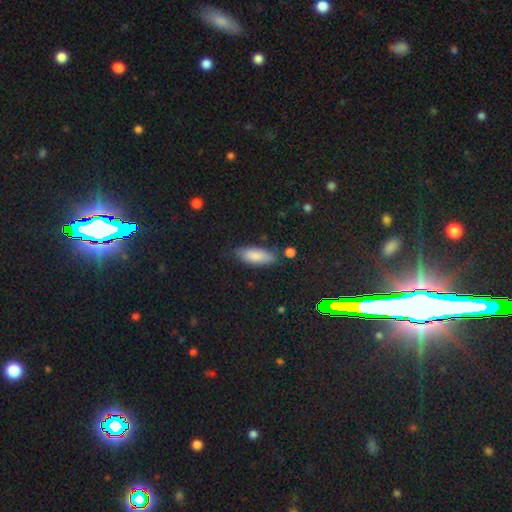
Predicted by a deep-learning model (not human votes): smooth 83%, featured or disk 10%, star or artifact 8%. Down the decision tree: how rounded — in between (75%); merging — none (74%).